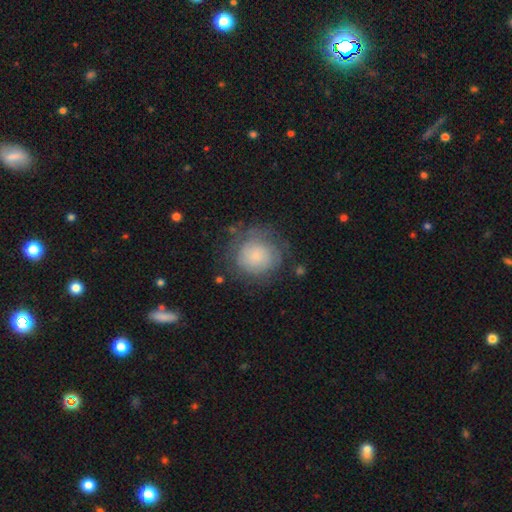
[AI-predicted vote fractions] Smooth or featured?
  - smooth: 59% *
  - featured or disk: 32%
  - star or artifact: 9%
How rounded?
  - round: 88% *
  - in between: 11%
  - cigar-shaped: 1%
Merging?
  - none: 67% *
  - minor disturbance: 19%
  - major disturbance: 12%
  - merger: 2%